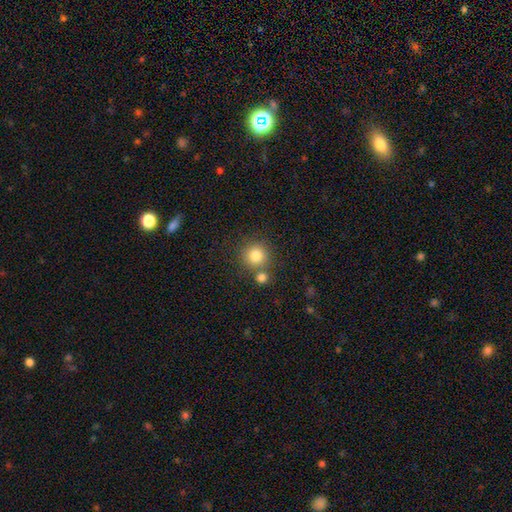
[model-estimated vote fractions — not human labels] smooth_or_featured: smooth (p=0.82) [alt: star or artifact p=0.11]
how_rounded: round (p=0.93) [alt: in between p=0.06]
merging: none (p=0.68) [alt: merger p=0.21]